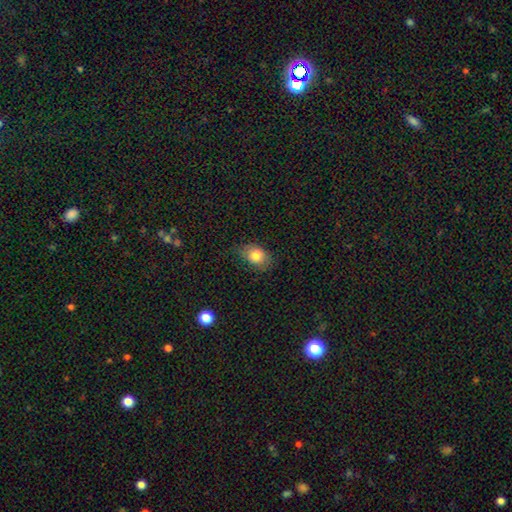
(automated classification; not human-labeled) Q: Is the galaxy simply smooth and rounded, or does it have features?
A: smooth — 80%.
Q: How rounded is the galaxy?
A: in between — 71%.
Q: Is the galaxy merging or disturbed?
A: none — 69%.